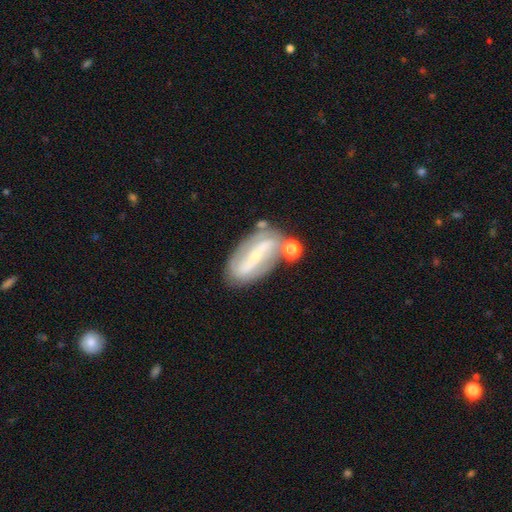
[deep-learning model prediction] Smooth or featured?
  - featured or disk: 77% *
  - smooth: 16%
  - star or artifact: 7%
Edge-on disk?
  - no: 87% *
  - yes: 13%
Bar?
  - strong: 66% *
  - weak: 21%
  - no: 13%
Spiral arms?
  - yes: 79% *
  - no: 21%
Spiral winding?
  - loose: 39% *
  - medium: 35%
  - tight: 26%
Spiral arm count?
  - 2: 82% *
  - can't tell: 12%
  - 1: 3%
  - 3: 2%
  - 4: 1%
  - more than 4: 1%
Bulge size?
  - small: 73% *
  - moderate: 21%
  - none: 3%
  - large: 2%
  - dominant: 1%
Merging?
  - none: 67% *
  - minor disturbance: 16%
  - merger: 11%
  - major disturbance: 6%